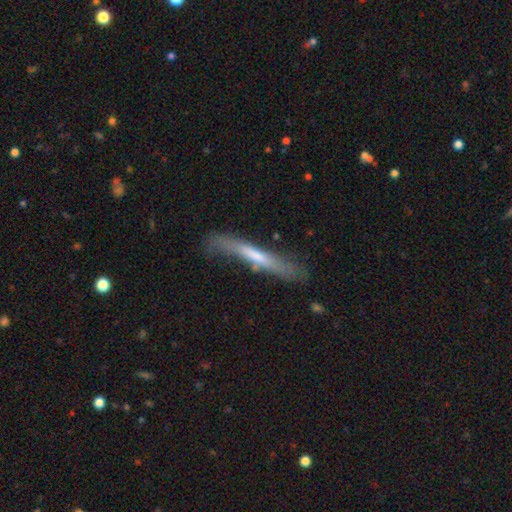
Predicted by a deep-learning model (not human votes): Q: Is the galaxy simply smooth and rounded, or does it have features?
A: smooth — 52%.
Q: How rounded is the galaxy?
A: cigar-shaped — 94%.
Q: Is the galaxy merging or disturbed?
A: none — 64%.